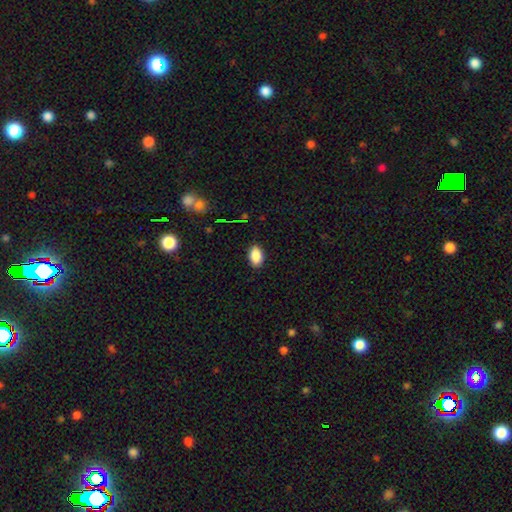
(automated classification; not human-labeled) A smooth galaxy with no disk features (88%) that is in between round and cigar-shaped (90%). Merging: none (87%).